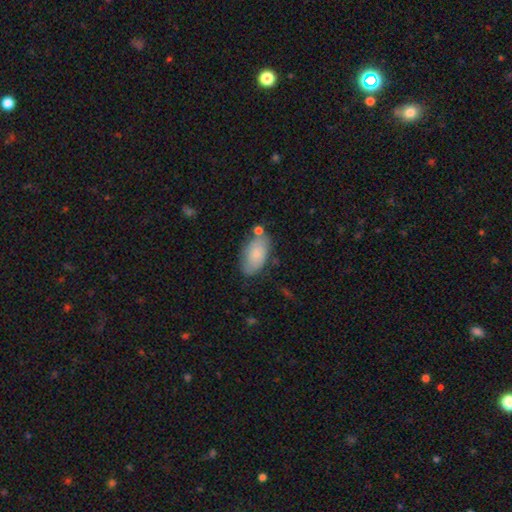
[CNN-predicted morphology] The model was most divided on "merging": none: 68%, minor disturbance: 20%, merger: 8%, major disturbance: 5%. More confident: how rounded — in between (94%); smooth or featured — smooth (81%).